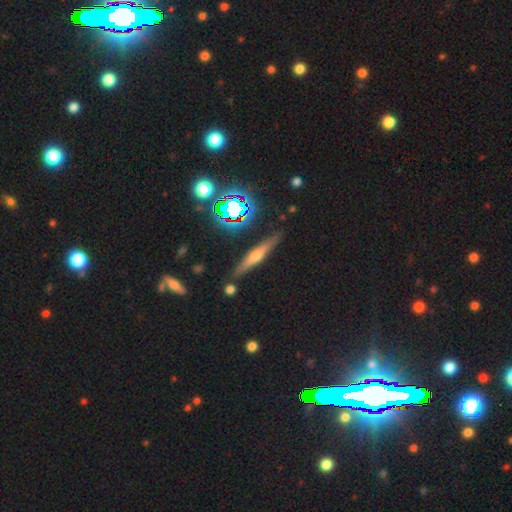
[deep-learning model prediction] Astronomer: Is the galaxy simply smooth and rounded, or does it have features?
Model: featured or disk — 54% (runner-up: smooth, 30%).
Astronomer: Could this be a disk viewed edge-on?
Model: yes — 95%.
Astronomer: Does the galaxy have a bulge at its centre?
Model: rounded — 78%.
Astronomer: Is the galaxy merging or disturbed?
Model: none — 84%.